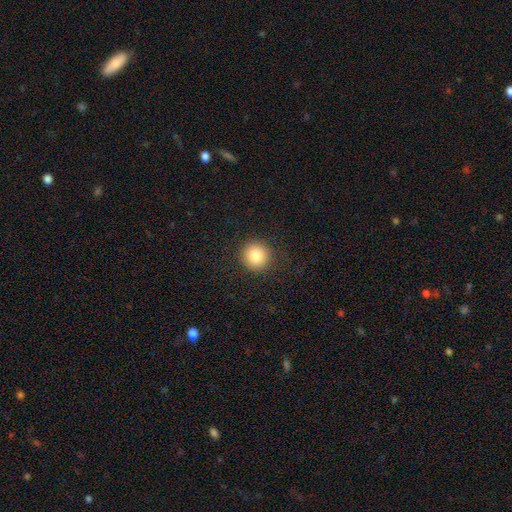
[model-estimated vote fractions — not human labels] A smooth galaxy with no disk features (84%) that is round (94%). Merging: none (90%).